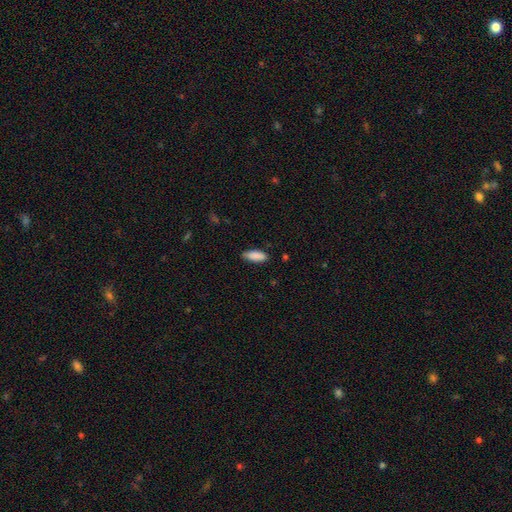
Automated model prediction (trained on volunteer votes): Q: Smooth or featured?
A: smooth (89%); runner-up: star or artifact (6%)
Q: How rounded?
A: in between (74%); runner-up: cigar-shaped (25%)
Q: Merging?
A: none (83%); runner-up: minor disturbance (13%)